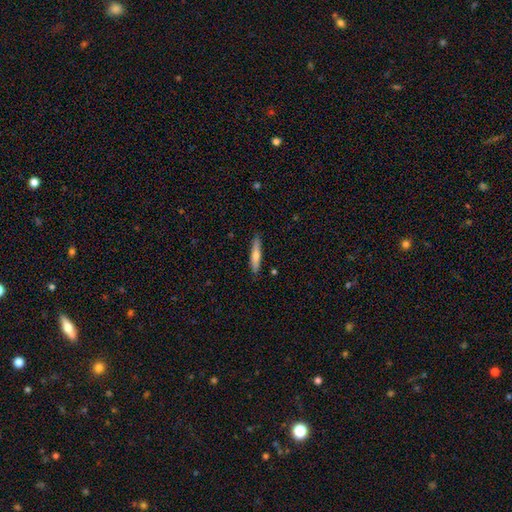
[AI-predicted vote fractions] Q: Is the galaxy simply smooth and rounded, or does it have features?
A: smooth — 60%.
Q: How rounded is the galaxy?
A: cigar-shaped — 89%.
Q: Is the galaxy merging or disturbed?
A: none — 89%.